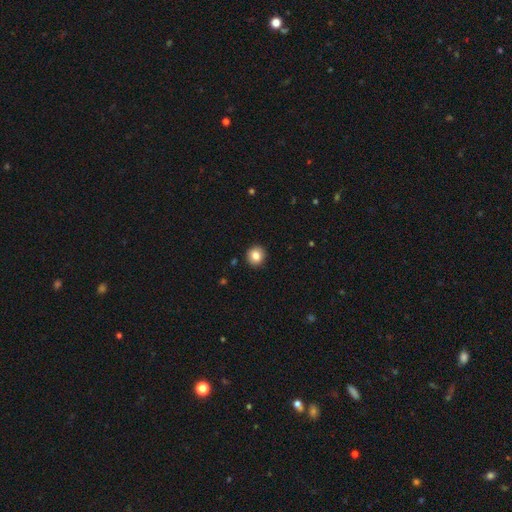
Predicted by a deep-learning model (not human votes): Smooth or featured?
  - smooth: 83% *
  - star or artifact: 9%
  - featured or disk: 8%
How rounded?
  - round: 92% *
  - in between: 7%
  - cigar-shaped: 1%
Merging?
  - none: 93% *
  - minor disturbance: 5%
  - major disturbance: 1%
  - merger: 1%